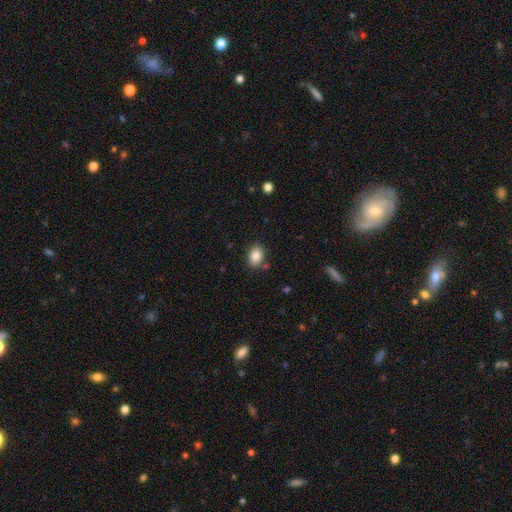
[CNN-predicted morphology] This appears to be a smooth galaxy with no disk features (86%) that is in between round and cigar-shaped (80%). Merging: none (83%).